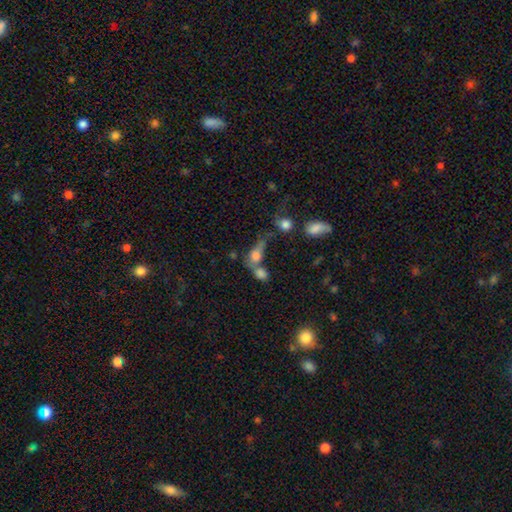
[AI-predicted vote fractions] Q: Smooth or featured?
A: smooth (71%); runner-up: featured or disk (16%)
Q: How rounded?
A: in between (69%); runner-up: round (23%)
Q: Merging?
A: merger (52%); runner-up: none (25%)